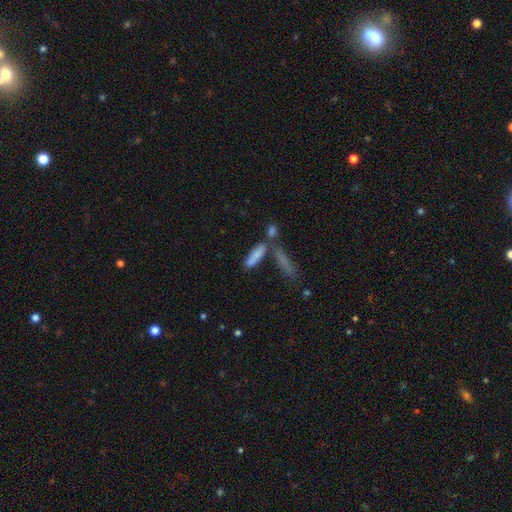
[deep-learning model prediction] Morphology: type=smooth (76%); roundness=cigar-shaped (66%); merging=none (46%).